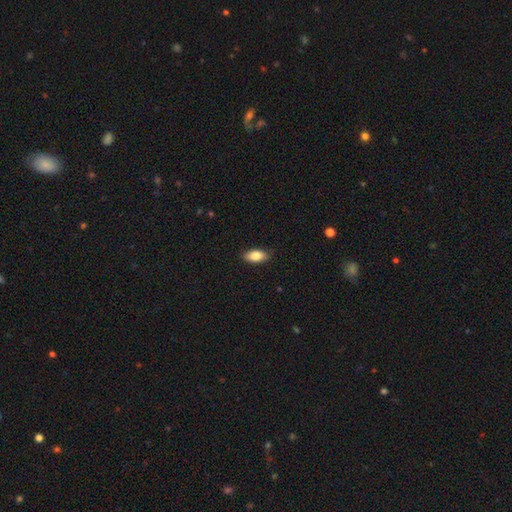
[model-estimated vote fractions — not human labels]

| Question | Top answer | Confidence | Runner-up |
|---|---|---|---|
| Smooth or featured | smooth | 86% | featured or disk (8%) |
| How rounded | in between | 90% | cigar-shaped (7%) |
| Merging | none | 86% | minor disturbance (11%) |